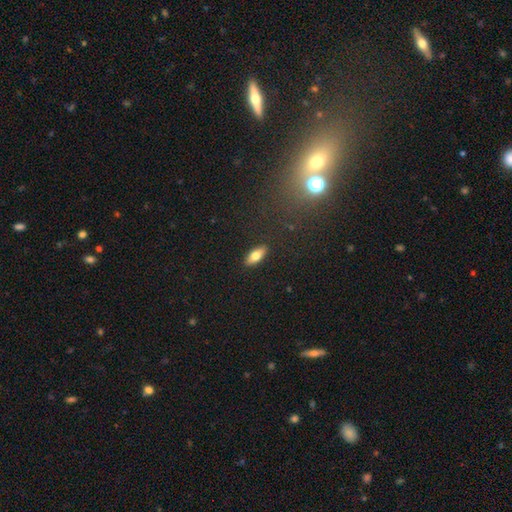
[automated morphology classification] Q: Smooth or featured?
A: smooth (70%); runner-up: featured or disk (23%)
Q: How rounded?
A: in between (77%); runner-up: cigar-shaped (20%)
Q: Merging?
A: none (89%); runner-up: minor disturbance (8%)